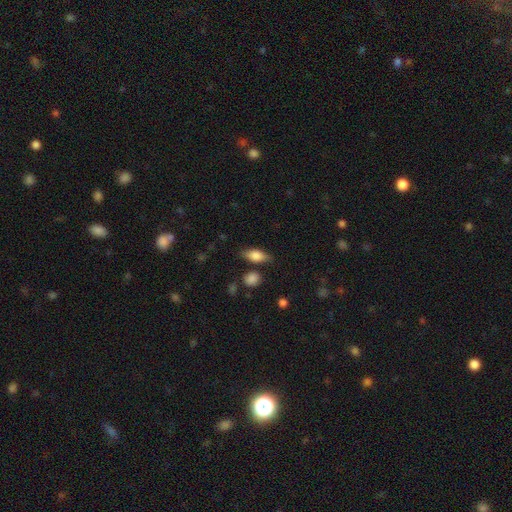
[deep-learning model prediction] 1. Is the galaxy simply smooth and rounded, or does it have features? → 74% smooth, 19% featured or disk, 7% star or artifact.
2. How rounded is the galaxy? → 76% in between, 18% cigar-shaped, 6% round.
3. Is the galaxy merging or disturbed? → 76% none, 16% minor disturbance, 4% major disturbance, 4% merger.